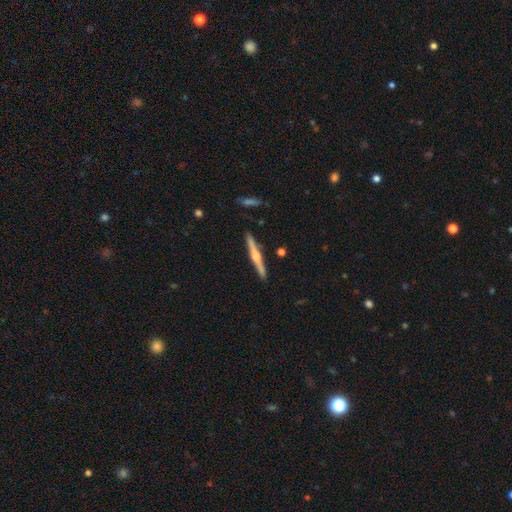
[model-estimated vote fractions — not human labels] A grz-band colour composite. It shows a featured or disk galaxy (75%) viewed edge-on (98%) with a rounded central bulge (89%). Merging: none (90%).